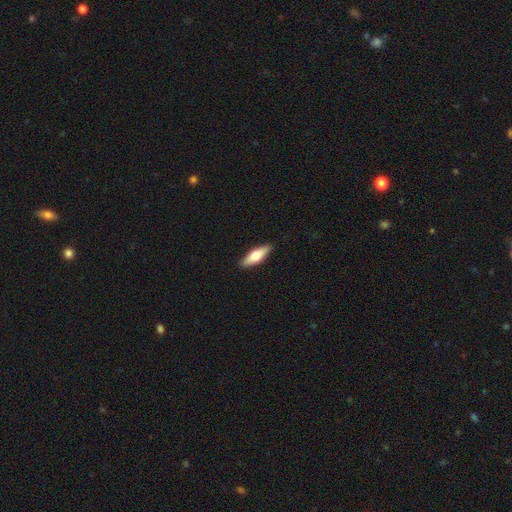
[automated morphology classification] A smooth galaxy with no disk features (59%) that is in between round and cigar-shaped (52%). Merging: none (89%).